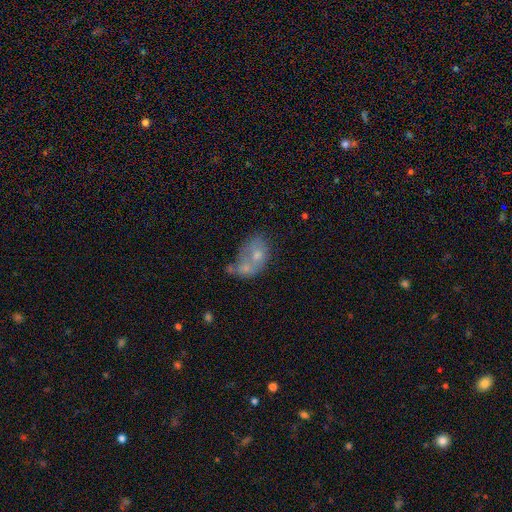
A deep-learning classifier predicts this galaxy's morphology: This is possibly a smooth galaxy (54%). How rounded: likely in between (72%). Merging: possibly merger (53%).